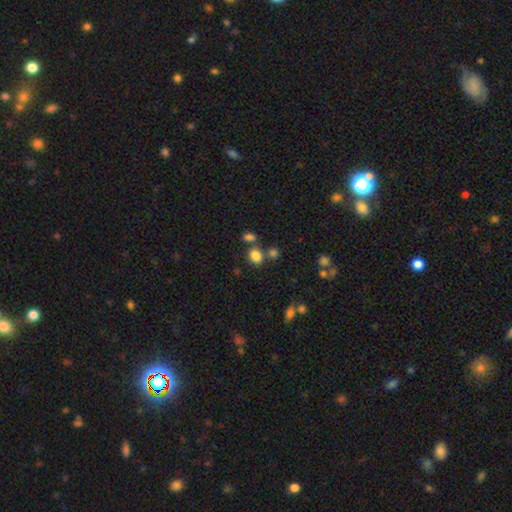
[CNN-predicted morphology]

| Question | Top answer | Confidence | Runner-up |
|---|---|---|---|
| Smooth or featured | smooth | 81% | star or artifact (13%) |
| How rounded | round | 50% | in between (49%) |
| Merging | none | 65% | merger (19%) |